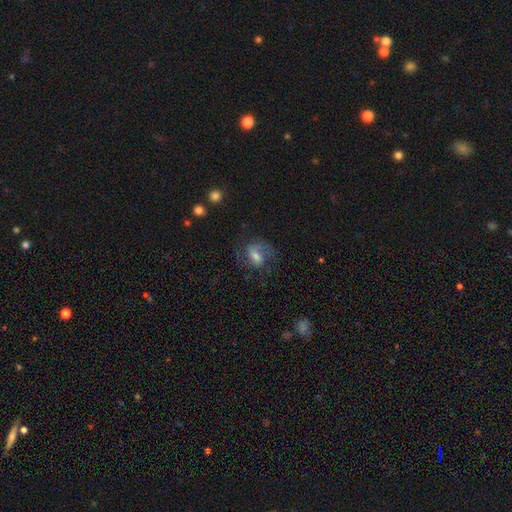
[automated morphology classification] This appears to be a featured or disk galaxy (61%) with a weak bar (49%), 2 (69%) medium (51%) spiral arms (88%) and a moderate central bulge (43%). Merging: none (57%).